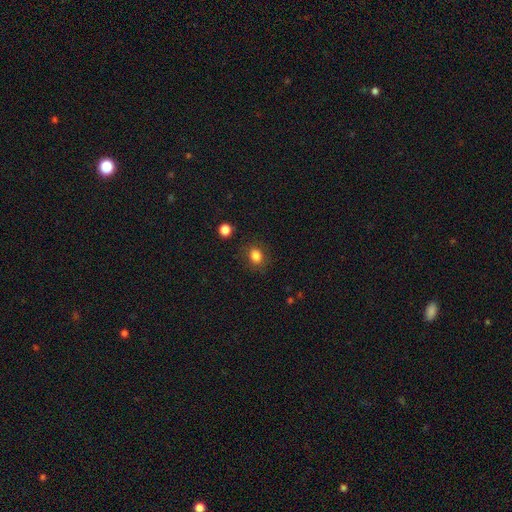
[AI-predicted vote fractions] Smooth or featured: smooth — 83% (star or artifact — 11%)
How rounded: in between — 56% (round — 43%)
Merging: none — 83% (minor disturbance — 11%)